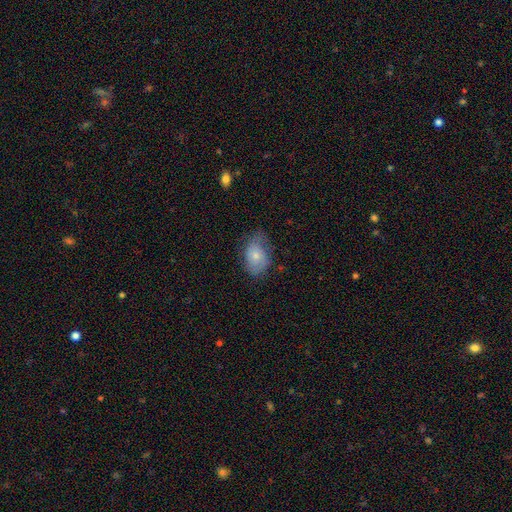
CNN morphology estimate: Q: Smooth or featured?
A: smooth (65%); runner-up: featured or disk (28%)
Q: How rounded?
A: in between (81%); runner-up: round (18%)
Q: Merging?
A: none (53%); runner-up: minor disturbance (32%)